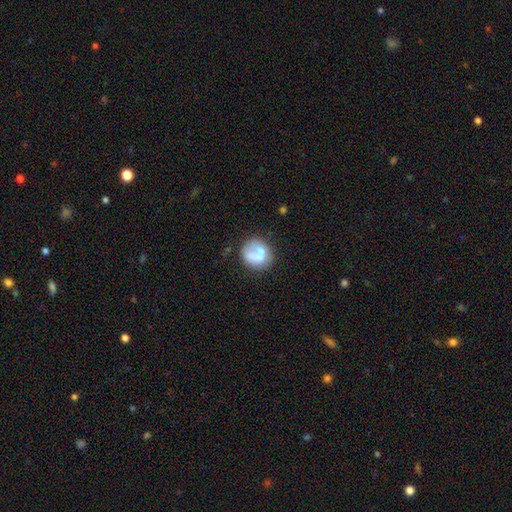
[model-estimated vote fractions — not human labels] A smooth galaxy with no disk features (62%) that is round (81%).

Vote fractions:
- Smooth or featured? smooth: 62% / featured or disk: 30% / star or artifact: 8%
- How rounded? round: 81% / in between: 18% / cigar-shaped: 1%
- Merging? none: 48% / merger: 20% / minor disturbance: 19% / major disturbance: 12%